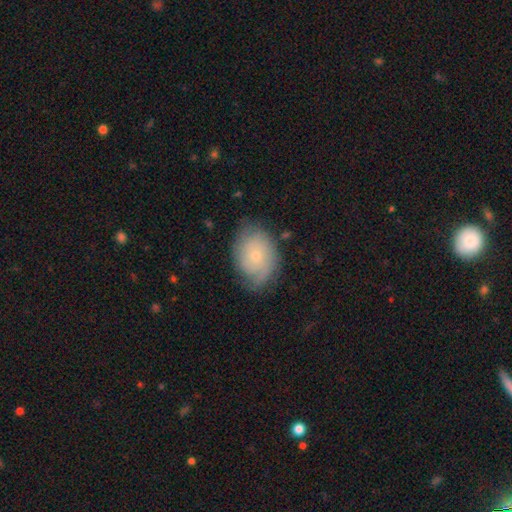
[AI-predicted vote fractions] A featured or disk galaxy (53%) with no bar (83%), spiral arms (80%) and a small central bulge (70%). Merging: none (65%).